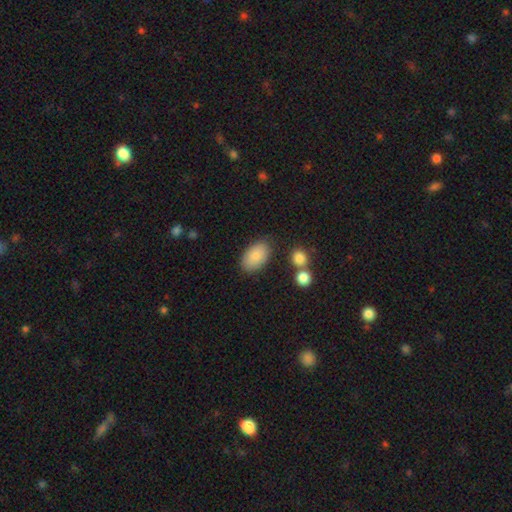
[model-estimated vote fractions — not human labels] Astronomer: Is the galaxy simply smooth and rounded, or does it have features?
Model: smooth — 86%.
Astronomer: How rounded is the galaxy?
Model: in between — 92%.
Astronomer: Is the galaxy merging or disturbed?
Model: none — 79%.